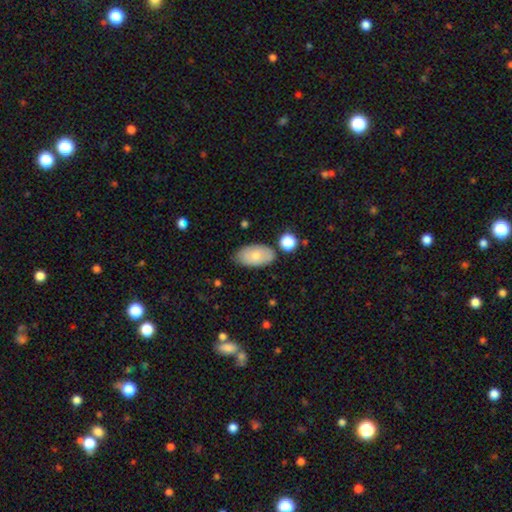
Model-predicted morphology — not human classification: type=smooth (74%); roundness=in between (94%); merging=none (73%).